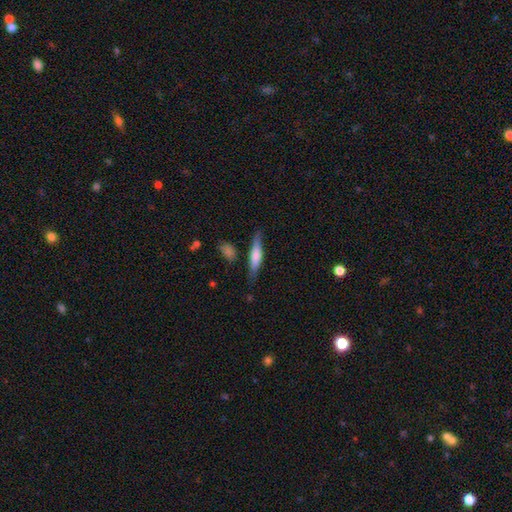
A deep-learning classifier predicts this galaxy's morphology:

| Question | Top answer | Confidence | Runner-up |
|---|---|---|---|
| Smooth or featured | smooth | 60% | featured or disk (34%) |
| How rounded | cigar-shaped | 81% | in between (17%) |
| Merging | none | 78% | minor disturbance (15%) |